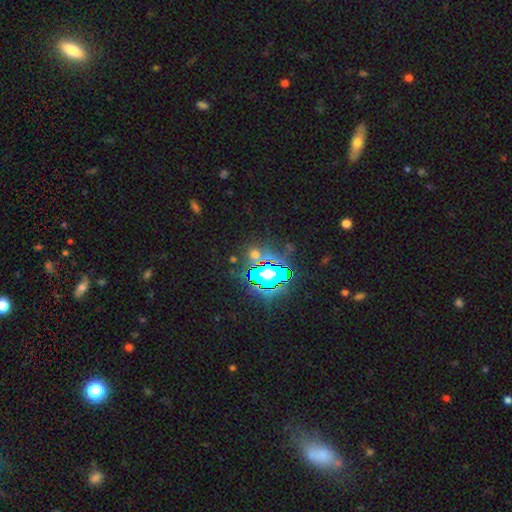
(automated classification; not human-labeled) Smooth or featured: star or artifact — 74% (smooth — 17%)